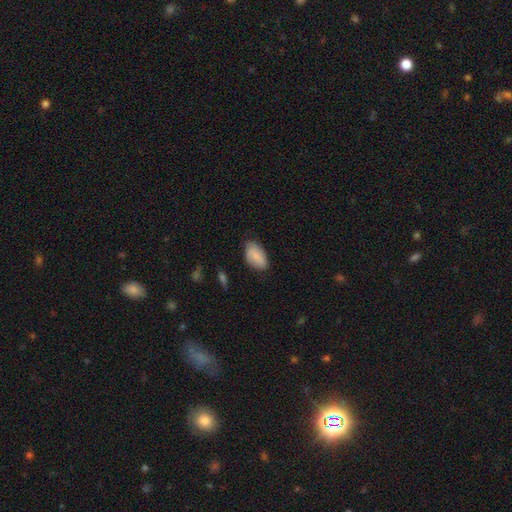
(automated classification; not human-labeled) Q: Smooth or featured?
A: smooth (79%); runner-up: featured or disk (14%)
Q: How rounded?
A: in between (93%); runner-up: round (5%)
Q: Merging?
A: none (71%); runner-up: minor disturbance (23%)